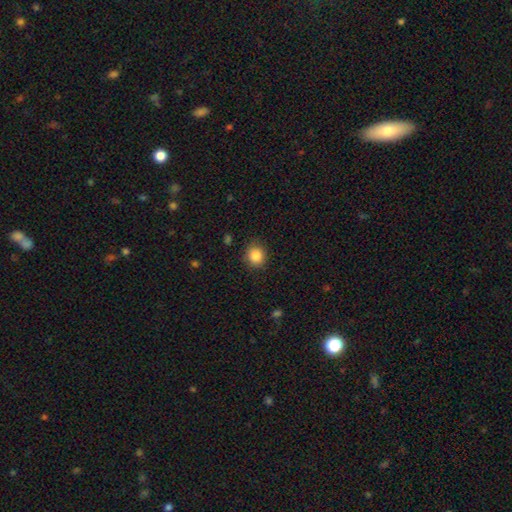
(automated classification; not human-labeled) Smooth or featured? Predicted: smooth (p=0.86). How rounded? Predicted: round (p=0.81). Merging? Predicted: none (p=0.87).